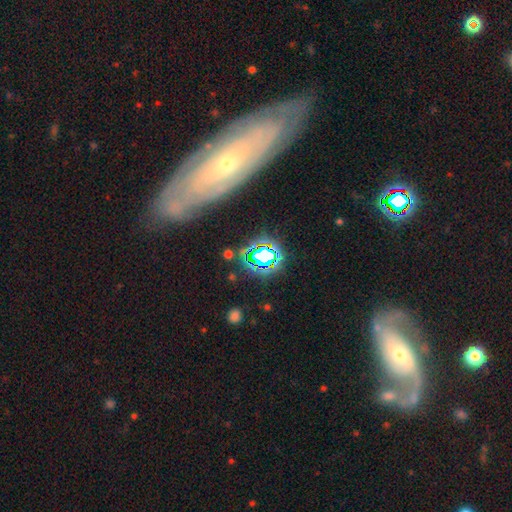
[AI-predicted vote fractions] Smooth or featured?
  - featured or disk: 67% *
  - smooth: 23%
  - star or artifact: 11%
Edge-on disk?
  - no: 71% *
  - yes: 29%
Merging?
  - none: 78% *
  - minor disturbance: 14%
  - major disturbance: 5%
  - merger: 4%